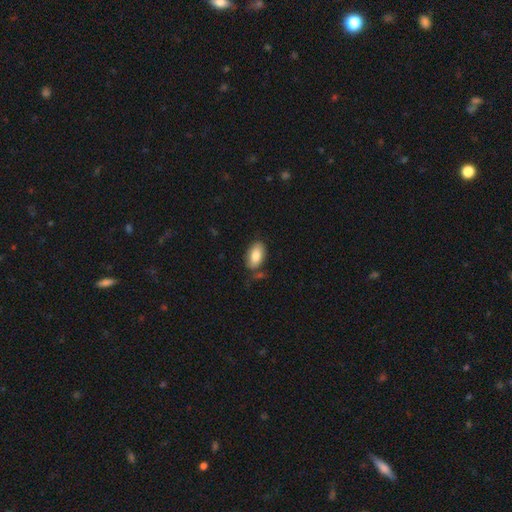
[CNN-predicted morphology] Smooth or featured: smooth — 83% (featured or disk — 10%)
How rounded: in between — 93% (round — 5%)
Merging: none — 70% (minor disturbance — 18%)